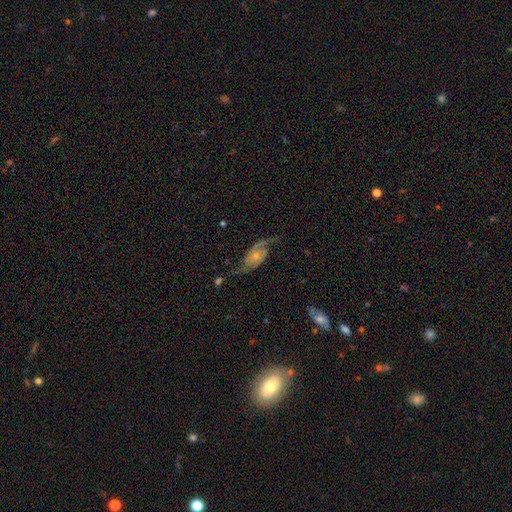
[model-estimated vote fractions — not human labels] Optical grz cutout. It shows a featured or disk galaxy (83%) with no bar (69%), 2 (91%) loose (54%) spiral arms (95%) and a small central bulge (60%). Merging: none (64%).